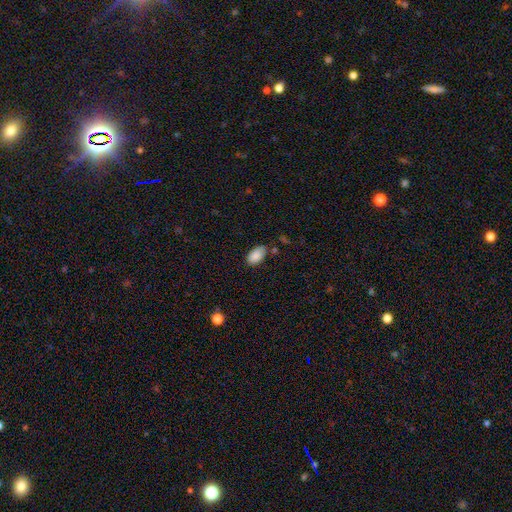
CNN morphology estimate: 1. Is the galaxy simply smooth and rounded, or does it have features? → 88% smooth, 7% star or artifact, 5% featured or disk.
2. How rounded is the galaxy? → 94% in between, 5% round, 2% cigar-shaped.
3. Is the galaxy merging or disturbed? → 71% none, 21% minor disturbance, 4% merger, 4% major disturbance.